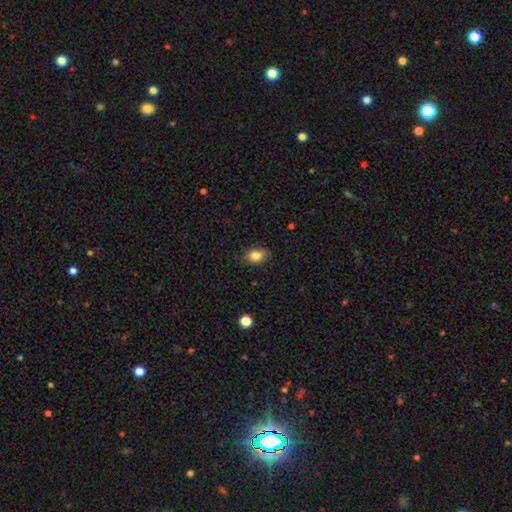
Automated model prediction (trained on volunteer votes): The model was most divided on "how rounded": in between: 81%, round: 18%, cigar-shaped: 2%. More confident: merging — none (85%); smooth or featured — smooth (84%).